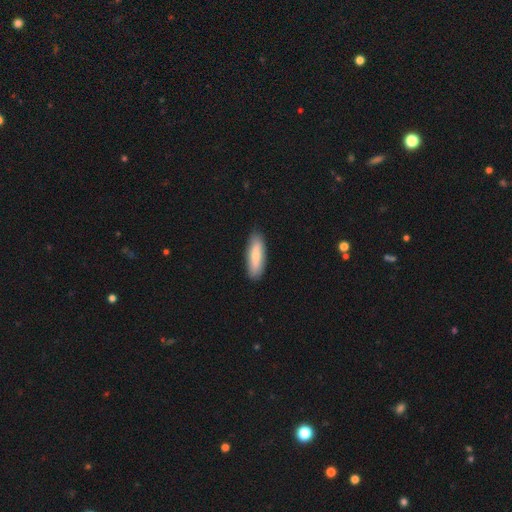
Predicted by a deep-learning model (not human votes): smooth 77%, featured or disk 18%, star or artifact 5%. Down the decision tree: how rounded — cigar-shaped (50%); merging — none (87%).